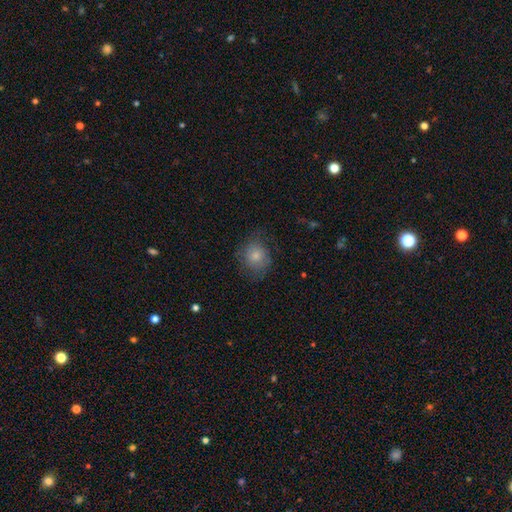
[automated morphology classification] This appears to be a smooth galaxy with no disk features (76%) that is round (78%). Merging: none (65%).